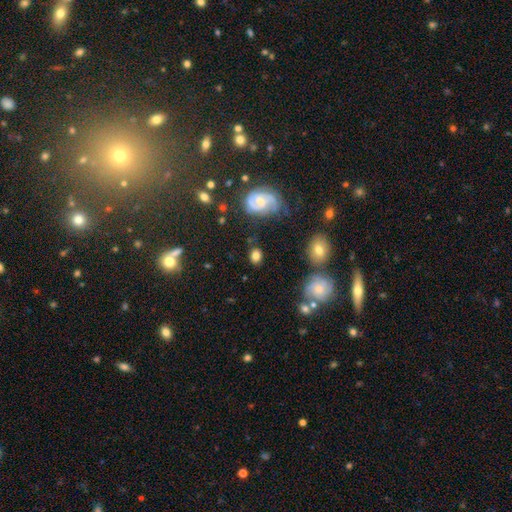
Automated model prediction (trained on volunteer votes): This appears to be a smooth galaxy with no disk features (66%) that is in between round and cigar-shaped (55%). Merging: none (71%).